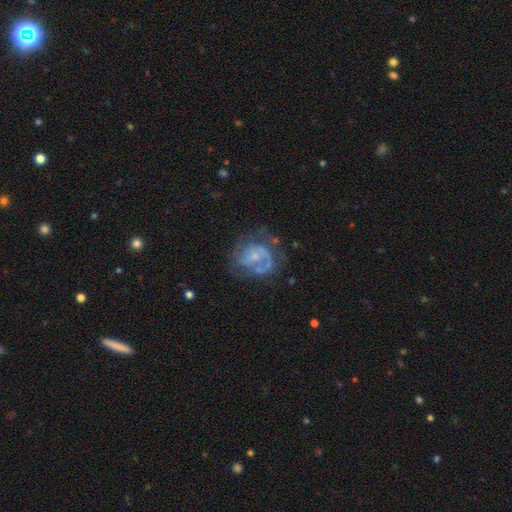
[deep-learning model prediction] Smooth or featured? featured or disk (75%)
Edge-on disk? no (98%)
Bar? no (65%)
Spiral arms? yes (80%)
Spiral winding? medium (42%)
Spiral arm count? 2 (36%)
Bulge size? small (62%)
Merging? none (50%)